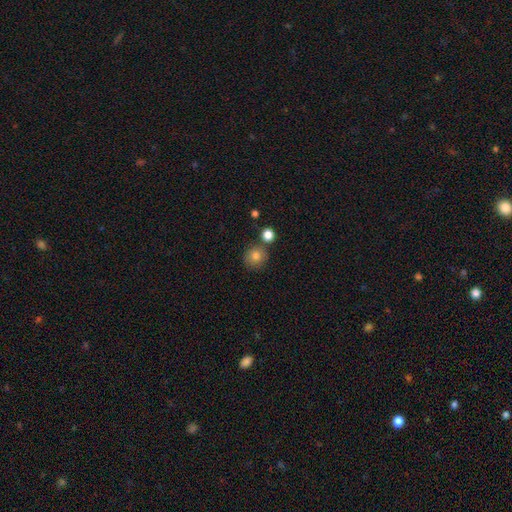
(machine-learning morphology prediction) smooth-or-featured: smooth: 81% | star or artifact: 11% | featured or disk: 8%
  how-rounded: round: 89% | in between: 10% | cigar-shaped: 1%
  merging: none: 75% | merger: 12% | minor disturbance: 10% | major disturbance: 3%